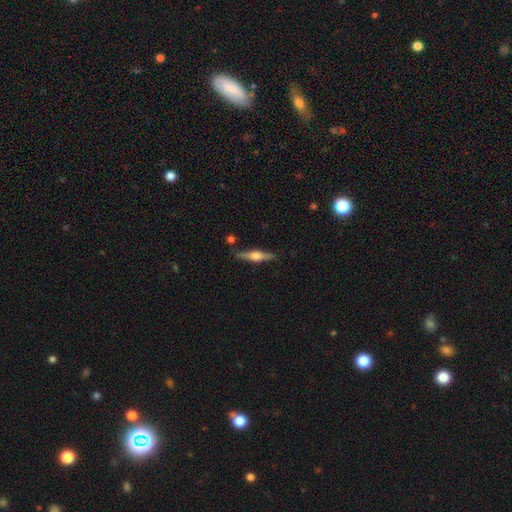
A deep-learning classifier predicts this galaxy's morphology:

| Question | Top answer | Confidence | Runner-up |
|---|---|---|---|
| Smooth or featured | featured or disk | 70% | smooth (24%) |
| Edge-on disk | yes | 97% | no (3%) |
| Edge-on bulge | rounded | 88% | boxy (9%) |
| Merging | none | 84% | minor disturbance (10%) |